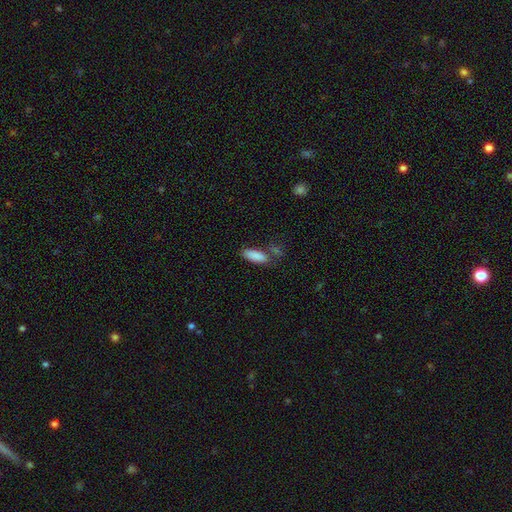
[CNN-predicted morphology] Smooth or featured?
  - smooth: 88% *
  - star or artifact: 7%
  - featured or disk: 5%
How rounded?
  - in between: 66% *
  - cigar-shaped: 32%
  - round: 2%
Merging?
  - none: 67% *
  - minor disturbance: 17%
  - merger: 11%
  - major disturbance: 5%